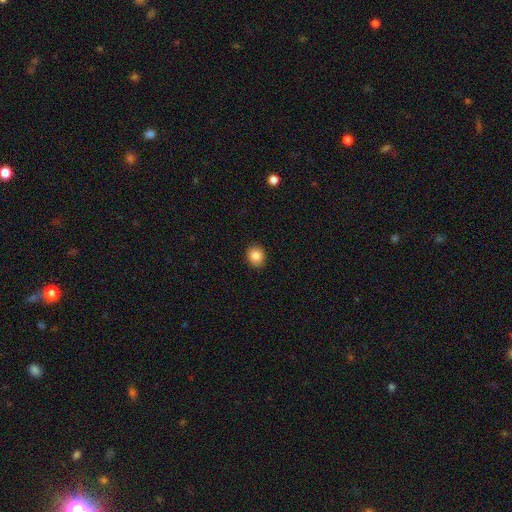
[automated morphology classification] smooth_or_featured: smooth (p=0.87) [alt: star or artifact p=0.09]
how_rounded: round (p=0.71) [alt: in between p=0.28]
merging: none (p=0.90) [alt: minor disturbance p=0.07]